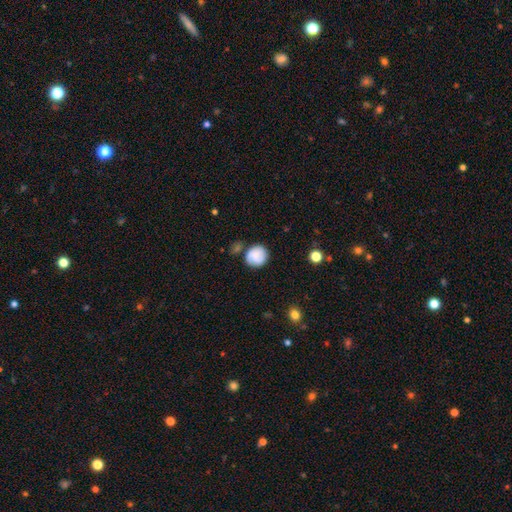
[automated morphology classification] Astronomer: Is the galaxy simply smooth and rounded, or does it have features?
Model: smooth — 71%.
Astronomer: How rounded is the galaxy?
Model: round — 84%.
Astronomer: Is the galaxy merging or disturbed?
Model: none — 69%.